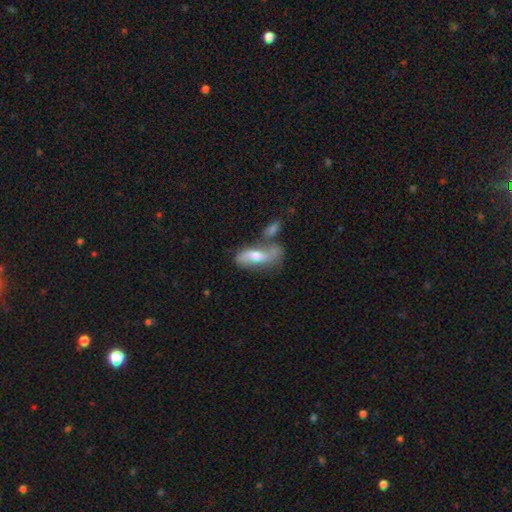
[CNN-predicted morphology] type=featured or disk (51%); edge-on=no (81%); merging=none (43%).